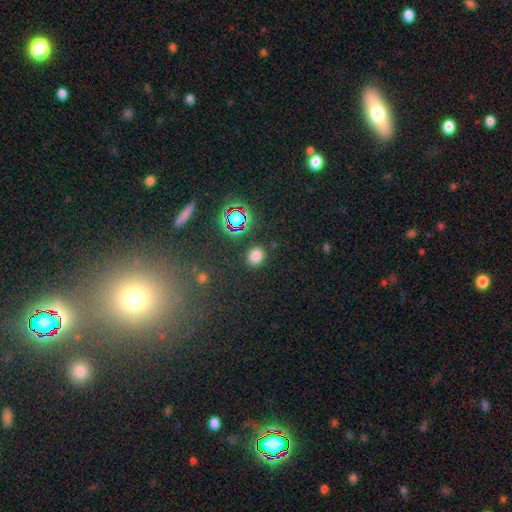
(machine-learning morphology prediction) A smooth galaxy with no disk features (75%) that is round (57%).

Vote fractions:
- Smooth or featured? smooth: 75% / star or artifact: 19% / featured or disk: 6%
- How rounded? round: 57% / in between: 42% / cigar-shaped: 1%
- Merging? none: 85% / minor disturbance: 9% / major disturbance: 3% / merger: 3%